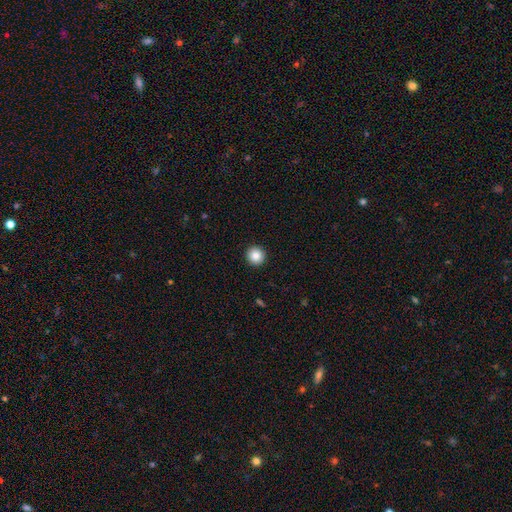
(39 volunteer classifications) smooth 85%, featured or disk 8%, star or artifact 8%. Down the decision tree: how rounded — round (94%); merging — none (92%).